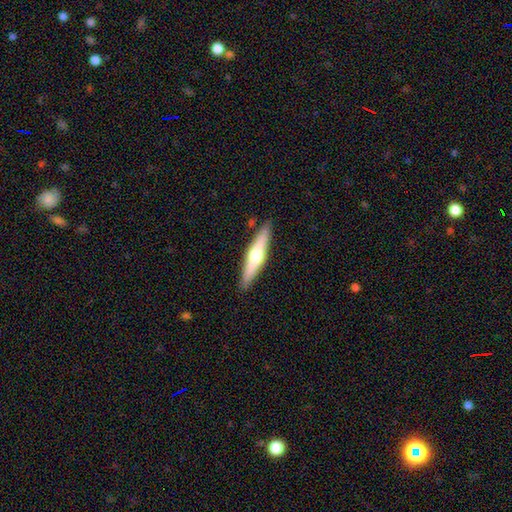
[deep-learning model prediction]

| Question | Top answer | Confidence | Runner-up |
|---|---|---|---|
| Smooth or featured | featured or disk | 52% | smooth (43%) |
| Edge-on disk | yes | 94% | no (6%) |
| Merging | none | 89% | minor disturbance (8%) |